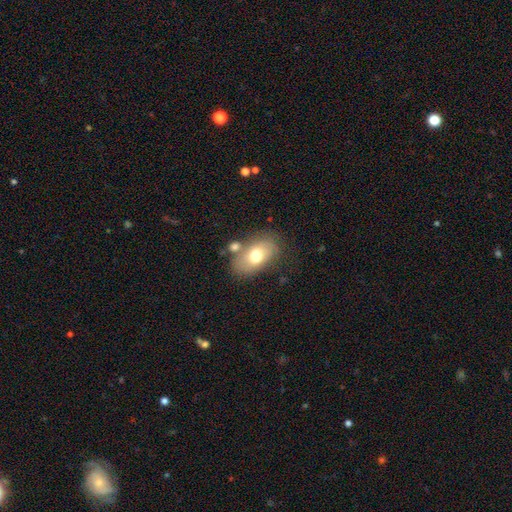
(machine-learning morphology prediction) smooth_or_featured: smooth (p=0.67) [alt: featured or disk p=0.25]
how_rounded: in between (p=0.88) [alt: round p=0.10]
merging: none (p=0.63) [alt: minor disturbance p=0.17]